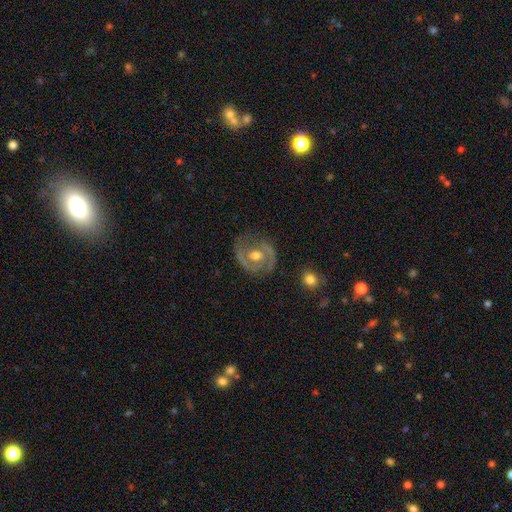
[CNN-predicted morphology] smooth_or_featured: featured or disk (p=0.83) [alt: smooth p=0.12]
disk_edge_on: no (p=0.97) [alt: yes p=0.03]
bar: no (p=0.56) [alt: weak p=0.35]
has_spiral_arms: yes (p=0.90) [alt: no p=0.10]
spiral_winding: tight (p=0.45) [alt: medium p=0.44]
spiral_arm_count: 2 (p=0.84) [alt: can't tell p=0.07]
bulge_size: moderate (p=0.75) [alt: small p=0.13]
merging: none (p=0.75) [alt: minor disturbance p=0.17]